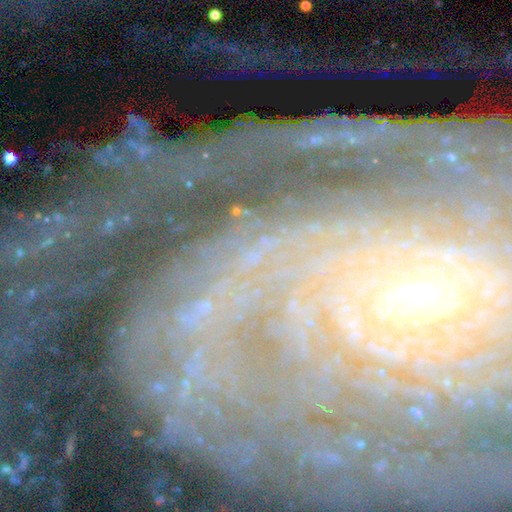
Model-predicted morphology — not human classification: A star or artifact, not a galaxy (47%).

Vote fractions:
- Smooth or featured? star or artifact: 47% / featured or disk: 42% / smooth: 12%